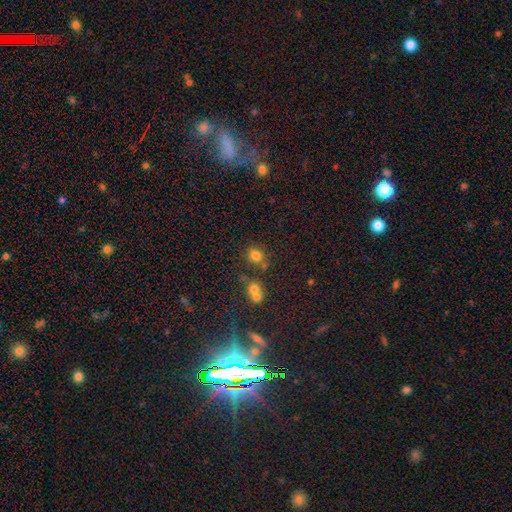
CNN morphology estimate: type=smooth (76%); roundness=round (74%); merging=none (62%).